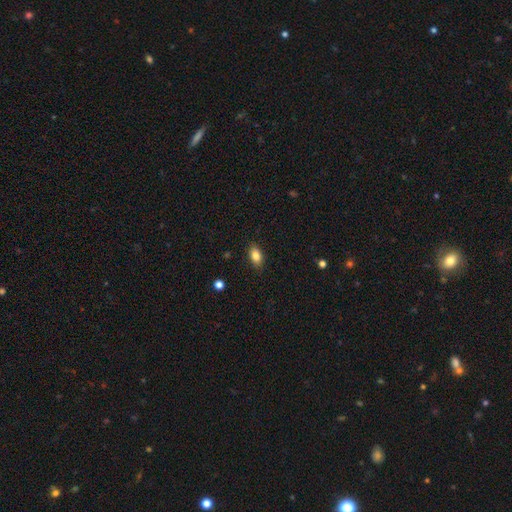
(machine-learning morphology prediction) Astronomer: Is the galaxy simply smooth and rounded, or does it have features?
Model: smooth — 84%.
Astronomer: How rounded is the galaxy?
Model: in between — 88%.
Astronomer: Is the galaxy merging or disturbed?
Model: none — 87%.